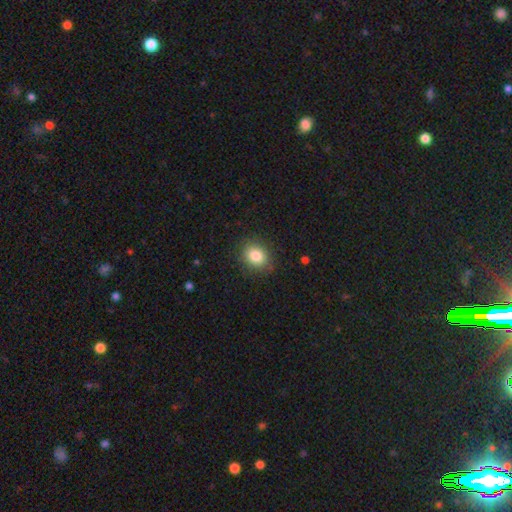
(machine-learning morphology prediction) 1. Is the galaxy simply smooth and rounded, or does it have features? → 83% smooth, 10% star or artifact, 7% featured or disk.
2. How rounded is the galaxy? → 59% round, 40% in between, 1% cigar-shaped.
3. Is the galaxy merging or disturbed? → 86% none, 10% minor disturbance, 3% major disturbance, 1% merger.